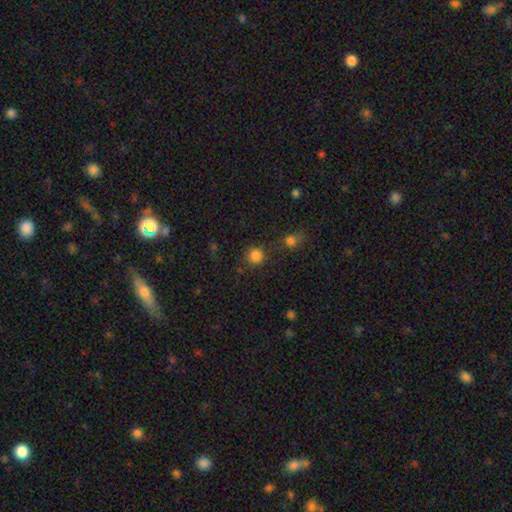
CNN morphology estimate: This is clearly a smooth galaxy (83%). How rounded: clearly round (92%). Merging: likely none (78%).